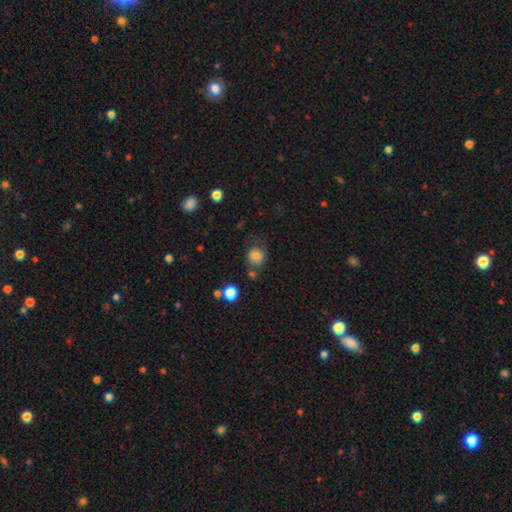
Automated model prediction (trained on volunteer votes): Smooth or featured?
  - smooth: 77% *
  - featured or disk: 11%
  - star or artifact: 11%
How rounded?
  - round: 78% *
  - in between: 21%
  - cigar-shaped: 1%
Merging?
  - none: 58% *
  - minor disturbance: 21%
  - major disturbance: 13%
  - merger: 8%